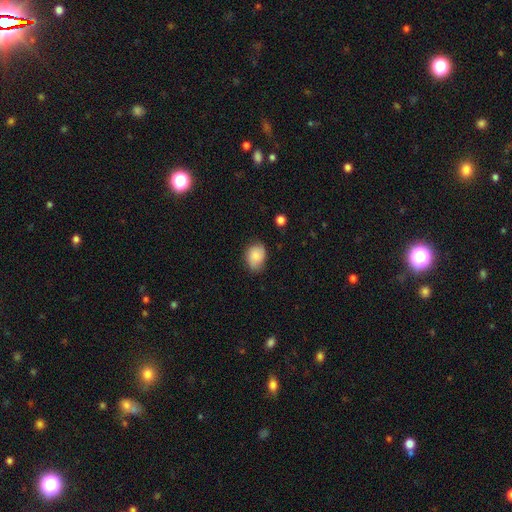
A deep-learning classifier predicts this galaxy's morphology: Smooth or featured? smooth (81%)
How rounded? in between (66%)
Merging? none (71%)